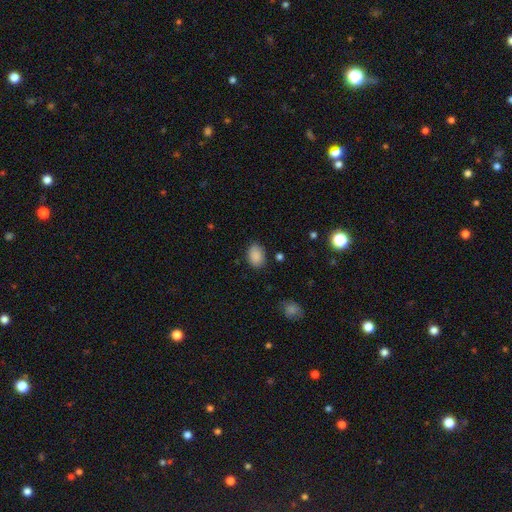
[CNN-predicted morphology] Overall: smooth (88%). How rounded: in between (77%). Merging: none (81%).